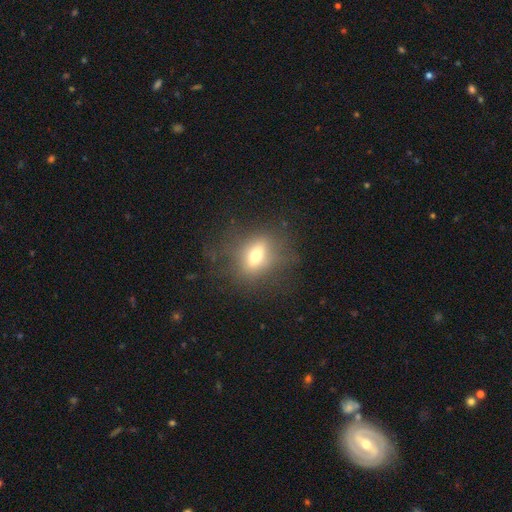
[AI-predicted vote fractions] This is possibly a smooth galaxy (57%). How rounded: possibly in between (57%). Merging: likely none (72%).